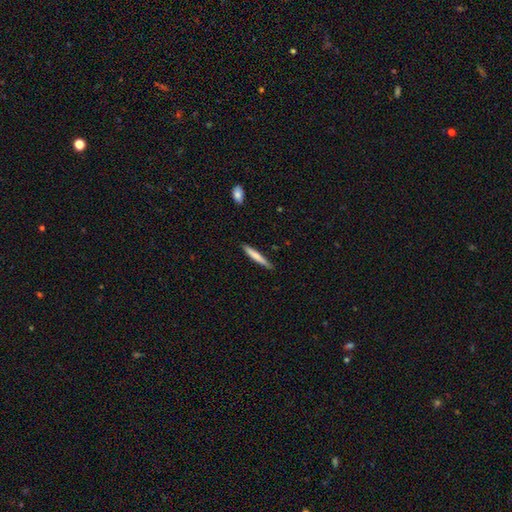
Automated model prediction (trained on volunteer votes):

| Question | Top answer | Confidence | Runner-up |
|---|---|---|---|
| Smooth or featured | smooth | 68% | featured or disk (26%) |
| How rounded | cigar-shaped | 94% | in between (4%) |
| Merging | none | 86% | minor disturbance (11%) |